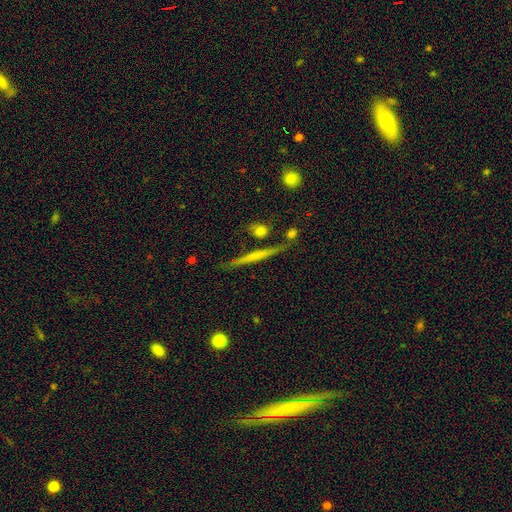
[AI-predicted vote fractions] A featured or disk galaxy (49%). Merging: none (80%).